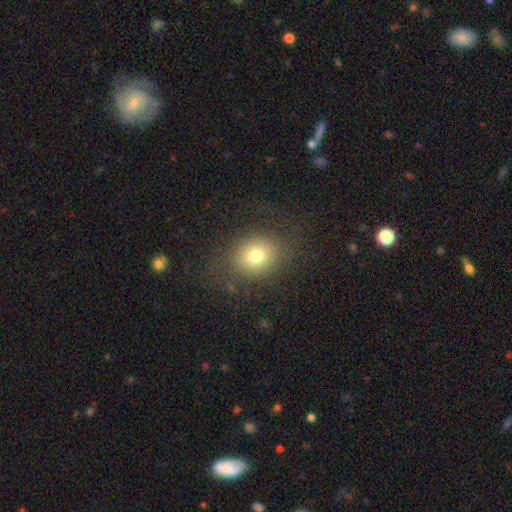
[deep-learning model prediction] Morphology: type=smooth (75%); roundness=round (63%); merging=none (77%).